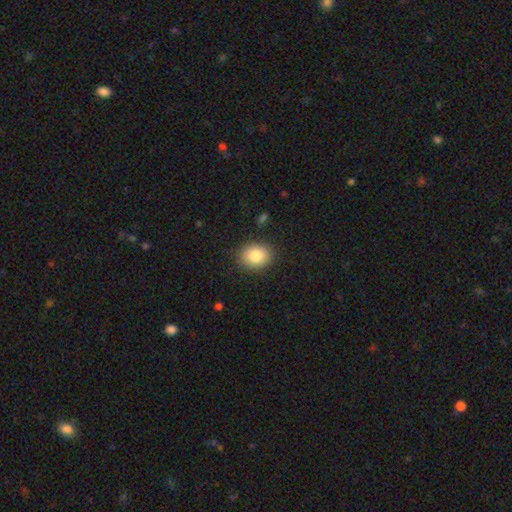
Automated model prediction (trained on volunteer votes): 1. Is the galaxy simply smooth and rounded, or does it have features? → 85% smooth, 8% star or artifact, 7% featured or disk.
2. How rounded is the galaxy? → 52% round, 48% in between, 1% cigar-shaped.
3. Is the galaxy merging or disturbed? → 87% none, 9% minor disturbance, 3% major disturbance, 1% merger.